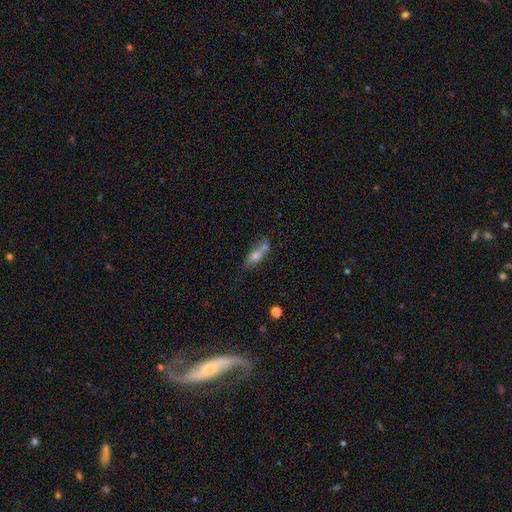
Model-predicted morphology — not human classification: Smooth or featured? Predicted: smooth (p=0.61). How rounded? Predicted: in between (p=0.59). Merging? Predicted: merger (p=0.41).